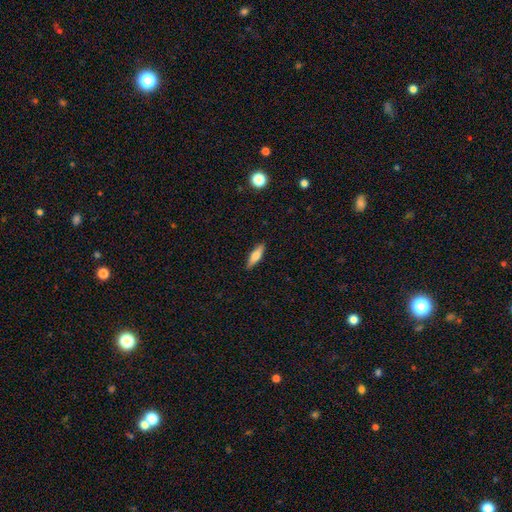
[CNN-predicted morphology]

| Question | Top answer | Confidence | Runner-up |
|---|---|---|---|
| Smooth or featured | smooth | 67% | featured or disk (27%) |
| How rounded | cigar-shaped | 60% | in between (38%) |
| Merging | none | 89% | minor disturbance (8%) |